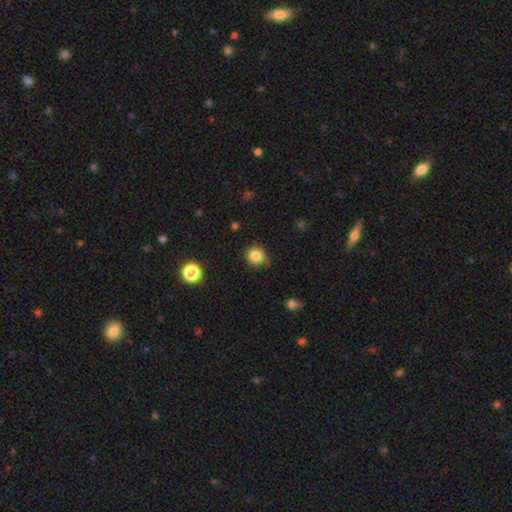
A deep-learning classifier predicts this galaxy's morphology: A smooth galaxy with no disk features (84%) that is round (83%). Merging: none (82%).